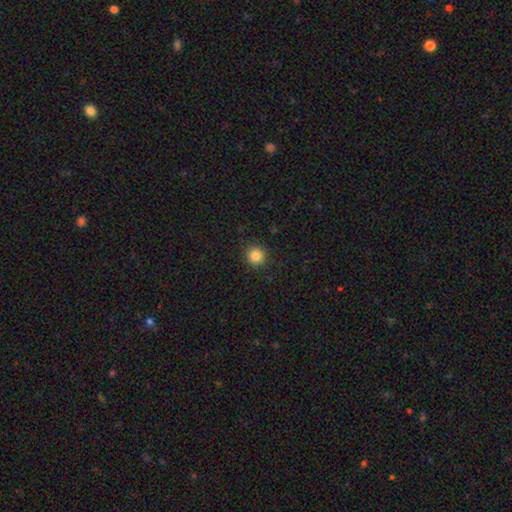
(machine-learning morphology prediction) The model was most divided on "smooth or featured": smooth: 84%, star or artifact: 12%, featured or disk: 4%. More confident: how rounded — round (95%); merging — none (91%).